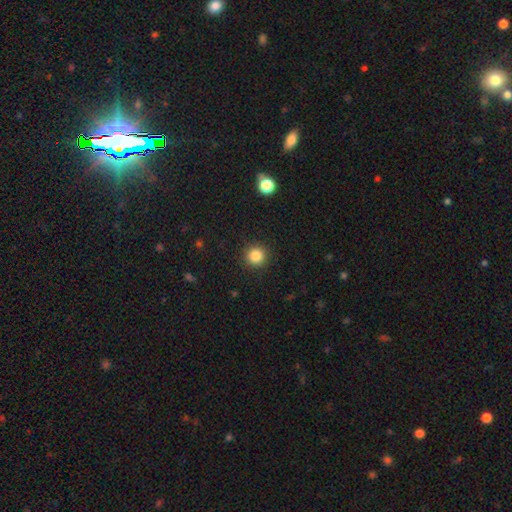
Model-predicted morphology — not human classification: Smooth or featured?
  - smooth: 85% *
  - star or artifact: 11%
  - featured or disk: 4%
How rounded?
  - round: 95% *
  - in between: 4%
  - cigar-shaped: 1%
Merging?
  - none: 92% *
  - minor disturbance: 5%
  - major disturbance: 2%
  - merger: 1%